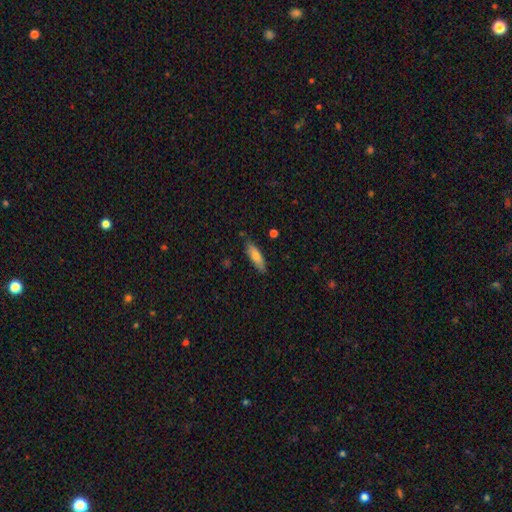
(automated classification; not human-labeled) Smooth or featured: smooth — 74% (featured or disk — 19%)
How rounded: cigar-shaped — 55% (in between — 43%)
Merging: none — 82% (minor disturbance — 14%)